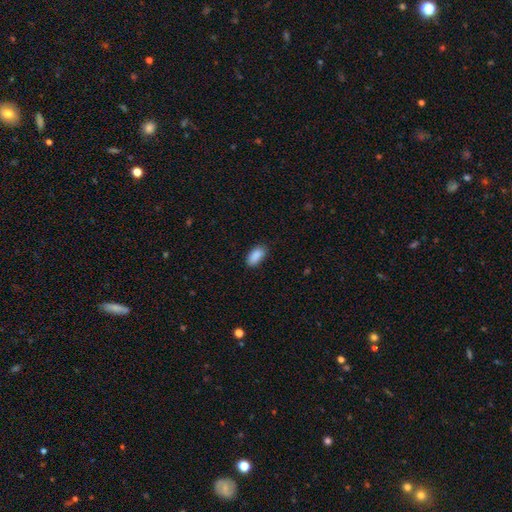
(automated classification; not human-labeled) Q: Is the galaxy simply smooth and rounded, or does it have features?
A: smooth — 90%.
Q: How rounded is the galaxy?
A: in between — 93%.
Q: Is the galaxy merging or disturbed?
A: none — 83%.